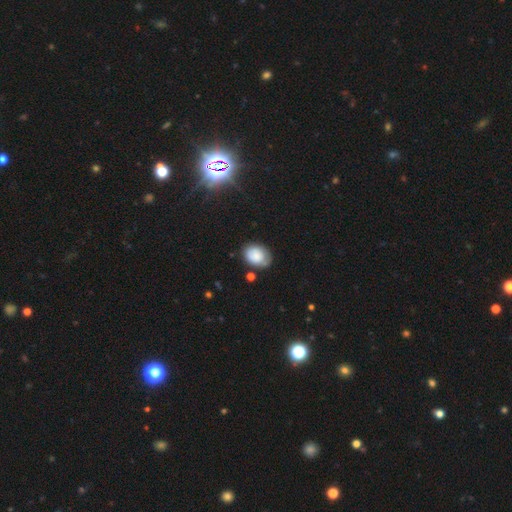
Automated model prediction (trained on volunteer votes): smooth 78%, featured or disk 14%, star or artifact 8%. Down the decision tree: how rounded — in between (67%); merging — none (66%).